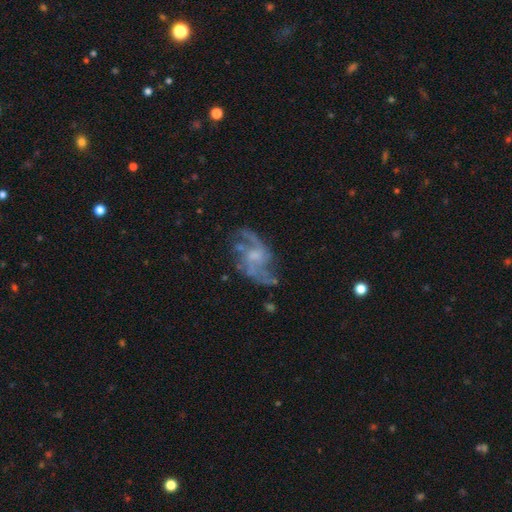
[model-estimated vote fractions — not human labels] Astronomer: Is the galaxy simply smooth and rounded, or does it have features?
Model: featured or disk — 85%.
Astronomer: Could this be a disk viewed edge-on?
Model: no — 97%.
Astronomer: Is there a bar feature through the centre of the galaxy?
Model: no — 50% (runner-up: weak, 42%).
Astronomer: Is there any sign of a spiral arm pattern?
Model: yes — 93%.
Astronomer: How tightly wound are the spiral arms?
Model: loose — 51% (runner-up: medium, 39%).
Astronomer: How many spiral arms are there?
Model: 2 — 67%.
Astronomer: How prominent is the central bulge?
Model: small — 38% (runner-up: moderate, 30%).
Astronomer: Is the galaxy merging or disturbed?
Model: none — 65%.